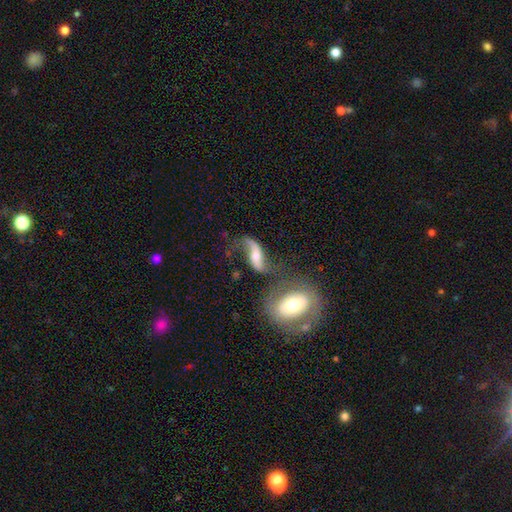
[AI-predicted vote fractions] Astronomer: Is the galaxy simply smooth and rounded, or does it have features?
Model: featured or disk — 76%.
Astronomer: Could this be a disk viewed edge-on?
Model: no — 91%.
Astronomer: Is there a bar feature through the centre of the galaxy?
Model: no — 43% (runner-up: weak, 35%).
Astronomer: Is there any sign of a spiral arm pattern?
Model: yes — 91%.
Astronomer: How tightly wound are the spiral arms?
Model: loose — 89%.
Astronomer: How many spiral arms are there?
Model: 2 — 84%.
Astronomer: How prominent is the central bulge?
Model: moderate — 52% (runner-up: small, 34%).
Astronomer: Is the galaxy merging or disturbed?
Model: none — 41% (runner-up: merger, 25%).